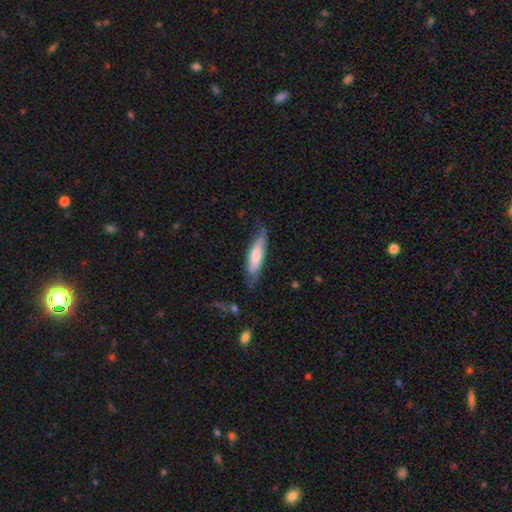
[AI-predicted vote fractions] A smooth galaxy with no disk features (55%) that is cigar-shaped (71%). Merging: none (66%).